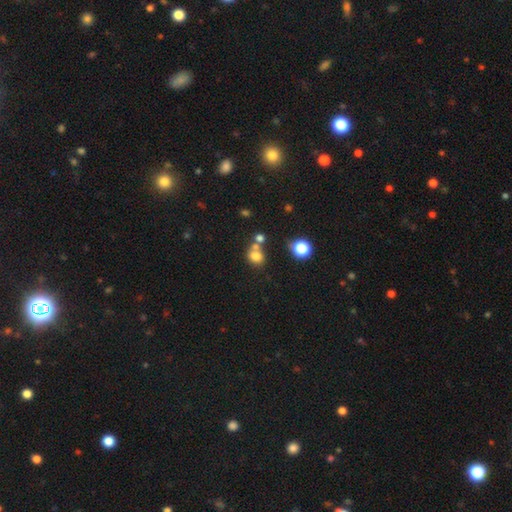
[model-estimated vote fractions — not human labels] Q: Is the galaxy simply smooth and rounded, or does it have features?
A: smooth — 75%.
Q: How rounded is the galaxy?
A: round — 64%.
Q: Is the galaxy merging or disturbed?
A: none — 46%.